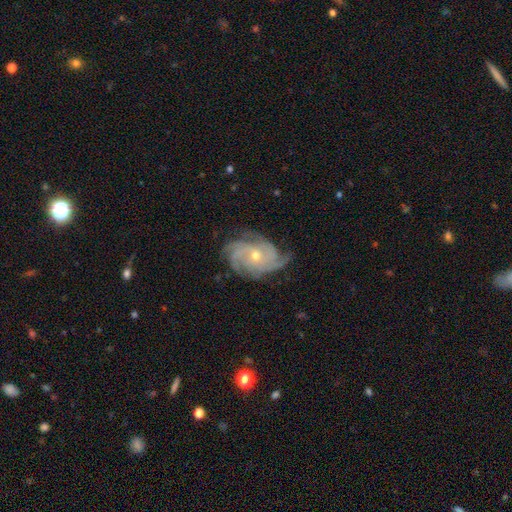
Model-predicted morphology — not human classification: This appears to be a featured or disk galaxy (87%) with no bar (75%), 4 (36%) tight (59%) spiral arms (98%) and a small central bulge (54%). Merging: none (74%).